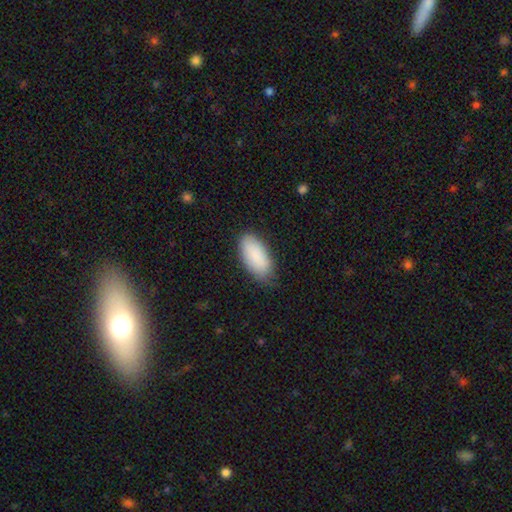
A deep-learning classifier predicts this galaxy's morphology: Overall: smooth (89%). How rounded: in between (91%). Merging: none (77%).